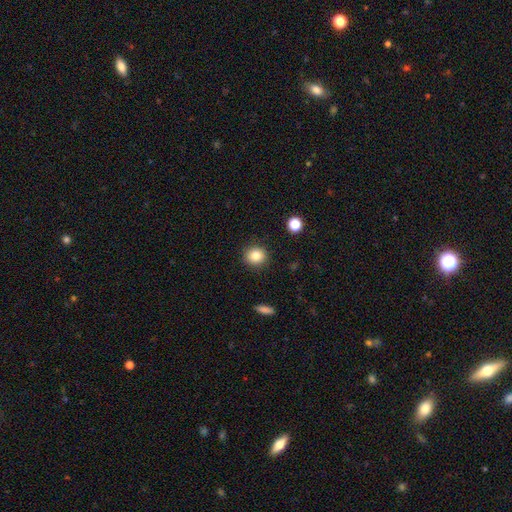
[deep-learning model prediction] This appears to be a smooth galaxy with no disk features (83%) that is round (87%). Merging: none (91%).